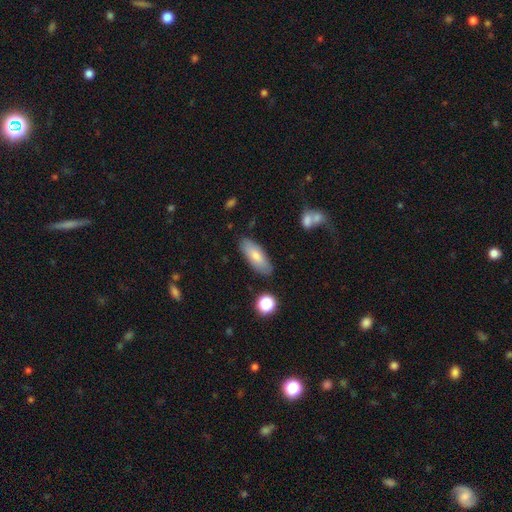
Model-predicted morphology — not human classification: type=smooth (74%); roundness=in between (71%); merging=none (83%).